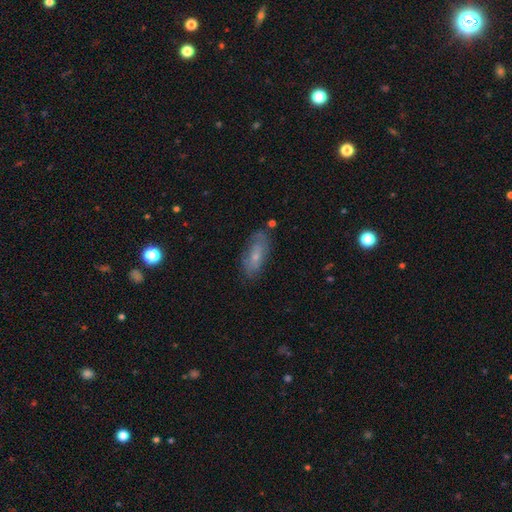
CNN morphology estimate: smooth-or-featured: smooth: 46% | featured or disk: 45% | star or artifact: 9%
  merging: none: 73% | minor disturbance: 19% | major disturbance: 6% | merger: 2%